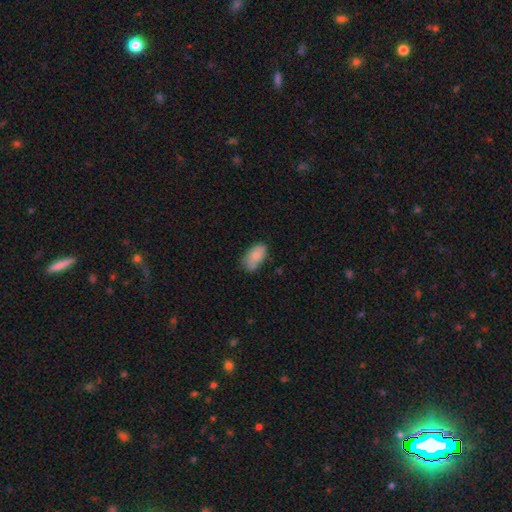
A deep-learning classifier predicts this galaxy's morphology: This appears to be a smooth galaxy with no disk features (79%) that is in between round and cigar-shaped (93%). Merging: none (54%).